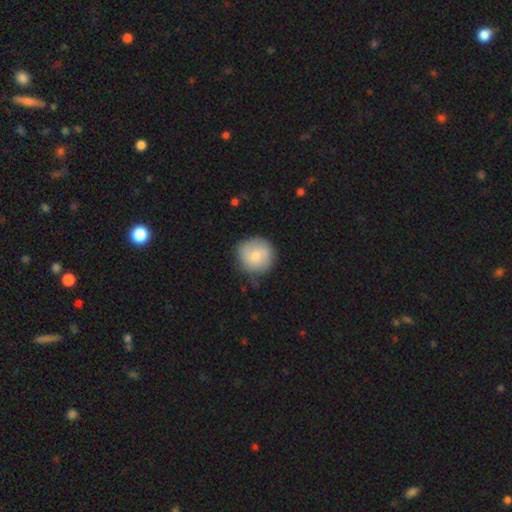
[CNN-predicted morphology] A smooth galaxy with no disk features (72%) that is round (93%).

Vote fractions:
- Smooth or featured? smooth: 72% / featured or disk: 22% / star or artifact: 7%
- How rounded? round: 93% / in between: 6% / cigar-shaped: 1%
- Merging? none: 77% / minor disturbance: 17% / major disturbance: 4% / merger: 2%